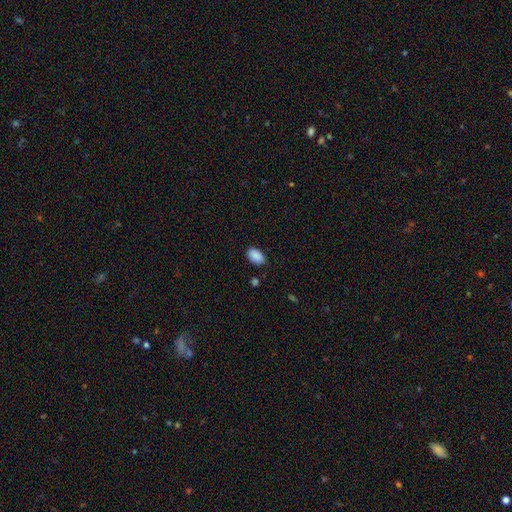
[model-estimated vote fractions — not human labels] Q: Smooth or featured?
A: smooth (90%); runner-up: star or artifact (7%)
Q: How rounded?
A: in between (91%); runner-up: round (7%)
Q: Merging?
A: none (85%); runner-up: minor disturbance (11%)